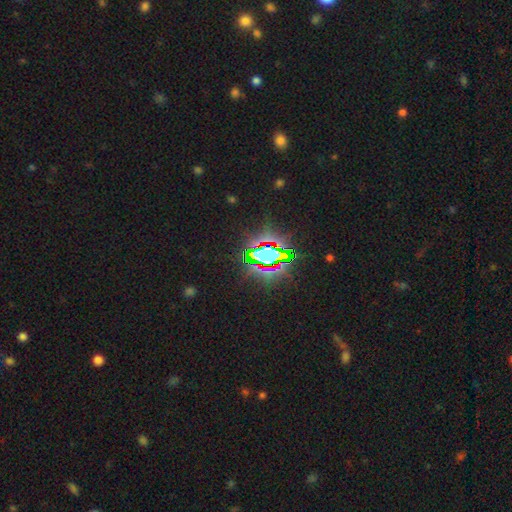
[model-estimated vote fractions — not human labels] The model was most divided on "smooth or featured": star or artifact: 75%, smooth: 14%, featured or disk: 11%.